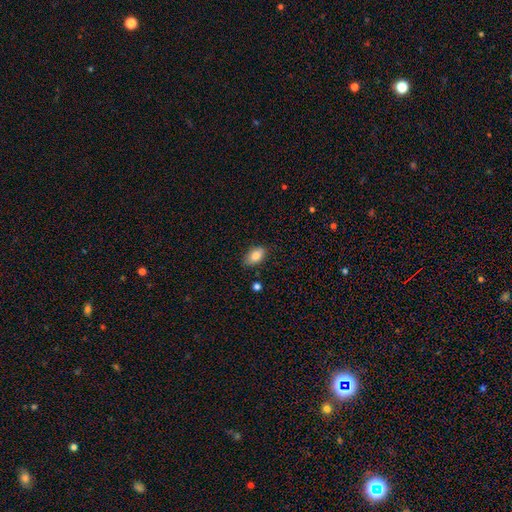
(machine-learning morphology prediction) A smooth galaxy with no disk features (83%) that is in between round and cigar-shaped (90%). Merging: none (83%).